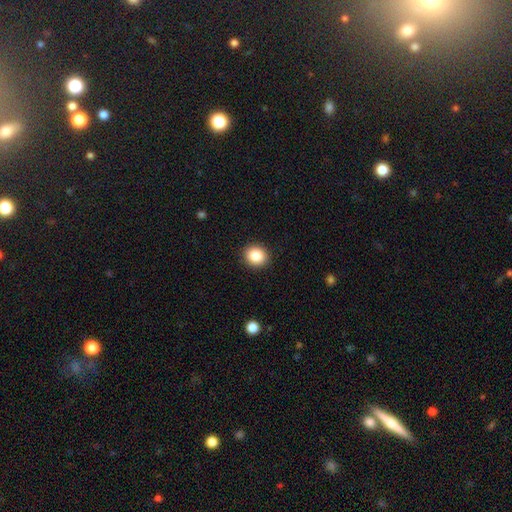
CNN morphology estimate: smooth 86%, star or artifact 9%, featured or disk 5%. Down the decision tree: how rounded — round (79%); merging — none (91%).